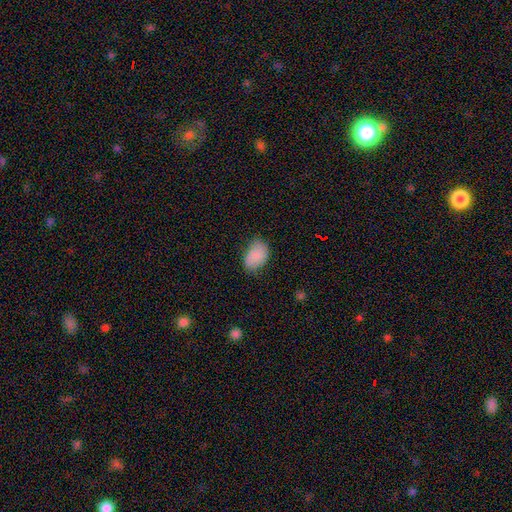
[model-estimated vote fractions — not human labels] smooth_or_featured: smooth (p=0.87) [alt: star or artifact p=0.07]
how_rounded: in between (p=0.88) [alt: round p=0.10]
merging: none (p=0.71) [alt: minor disturbance p=0.23]